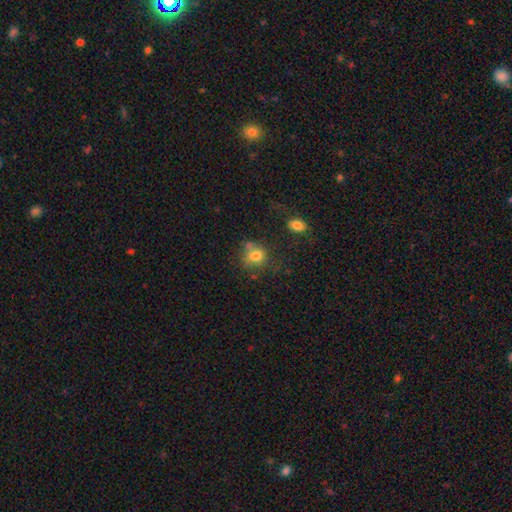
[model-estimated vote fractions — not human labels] Overall: smooth (77%). How rounded: round (73%). Merging: none (57%; minor disturbance 20%).